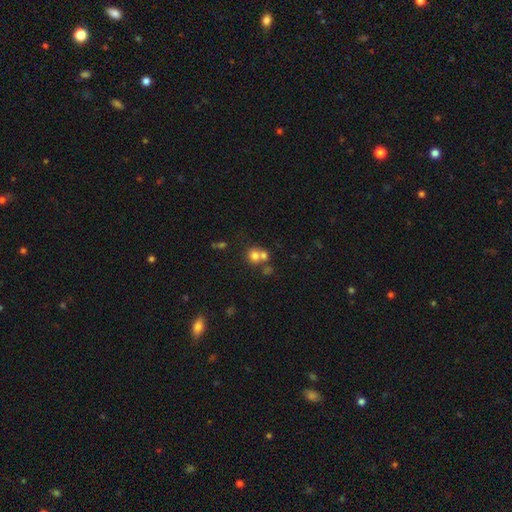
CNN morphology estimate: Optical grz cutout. It shows a smooth galaxy with no disk features (71%) that is round (81%). Merging: merger (51%).